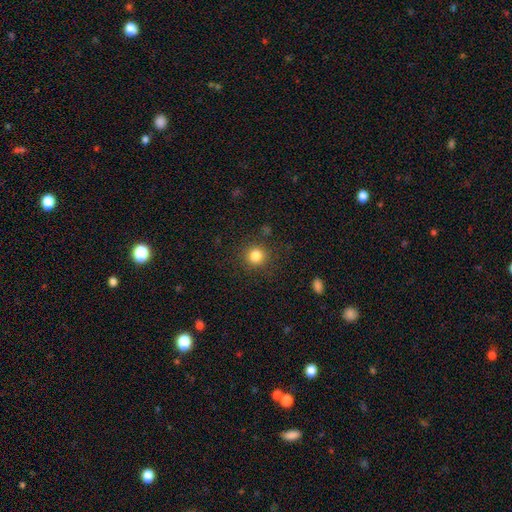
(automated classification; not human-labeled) The model was most divided on "smooth or featured": smooth: 83%, star or artifact: 12%, featured or disk: 5%. More confident: how rounded — round (93%); merging — none (88%).